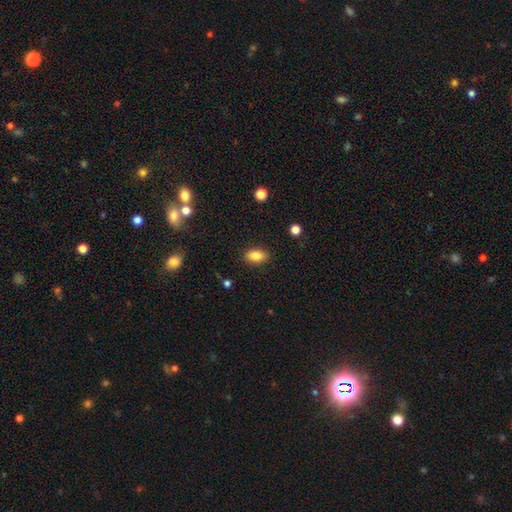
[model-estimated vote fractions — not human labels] Overall: smooth (84%). How rounded: in between (89%). Merging: none (88%).